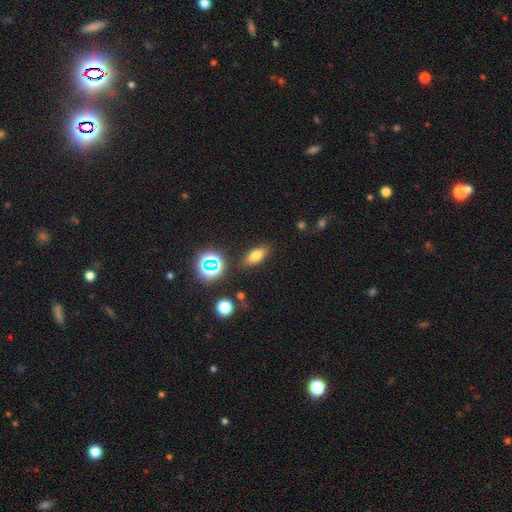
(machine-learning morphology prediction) A smooth galaxy with no disk features (68%) that is in between round and cigar-shaped (74%).

Vote fractions:
- Smooth or featured? smooth: 68% / star or artifact: 16% / featured or disk: 16%
- How rounded? in between: 74% / cigar-shaped: 17% / round: 9%
- Merging? none: 85% / minor disturbance: 9% / major disturbance: 3% / merger: 2%